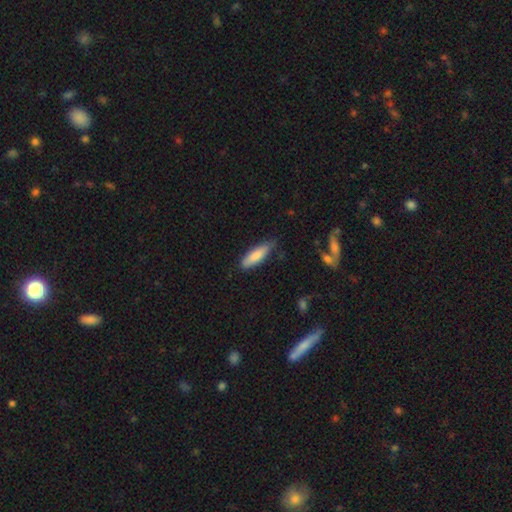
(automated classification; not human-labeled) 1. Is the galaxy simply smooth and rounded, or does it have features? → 82% smooth, 12% featured or disk, 6% star or artifact.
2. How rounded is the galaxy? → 58% cigar-shaped, 40% in between, 2% round.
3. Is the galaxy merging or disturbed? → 76% none, 19% minor disturbance, 3% major disturbance, 2% merger.